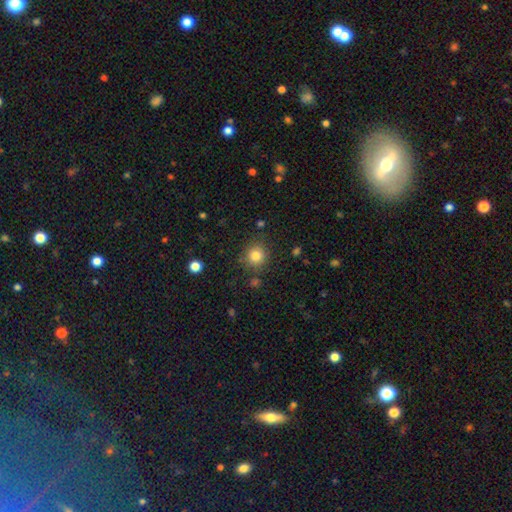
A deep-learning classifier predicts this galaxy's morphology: Smooth or featured? smooth (82%)
How rounded? round (91%)
Merging? none (85%)